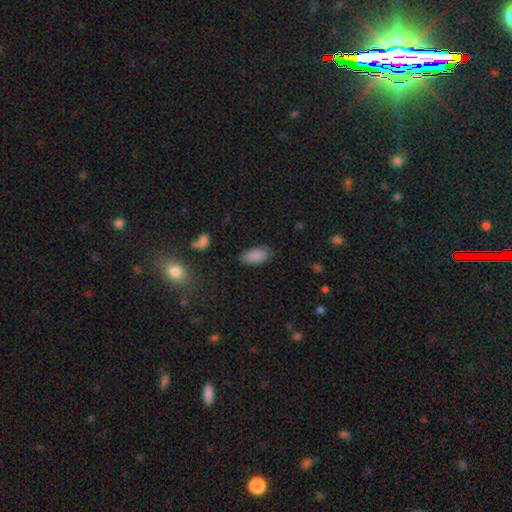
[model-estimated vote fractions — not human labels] smooth_or_featured: smooth (p=0.87) [alt: star or artifact p=0.08]
how_rounded: in between (p=0.93) [alt: cigar-shaped p=0.04]
merging: none (p=0.82) [alt: minor disturbance p=0.14]